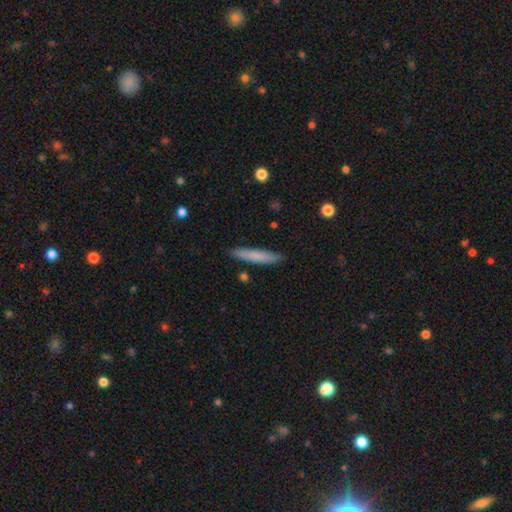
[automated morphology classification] Smooth or featured: smooth — 77% (featured or disk — 18%)
How rounded: cigar-shaped — 92% (in between — 7%)
Merging: none — 88% (minor disturbance — 8%)